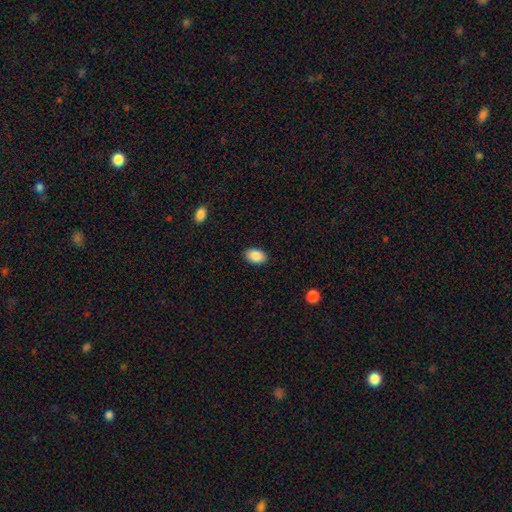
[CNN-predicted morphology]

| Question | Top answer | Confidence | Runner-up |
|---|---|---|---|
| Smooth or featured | smooth | 89% | star or artifact (7%) |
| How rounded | in between | 89% | round (10%) |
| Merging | none | 88% | minor disturbance (8%) |